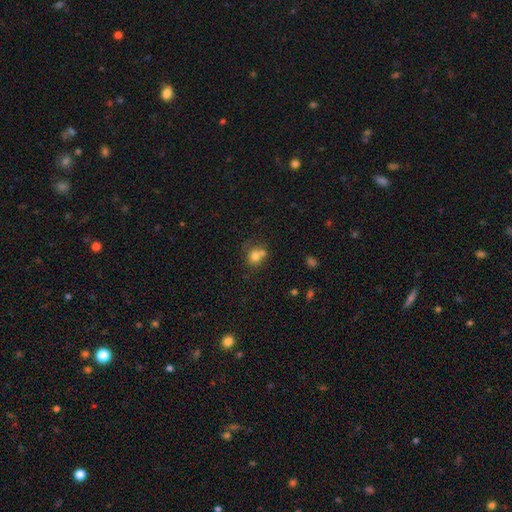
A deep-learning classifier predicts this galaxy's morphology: Smooth or featured? smooth (76%)
How rounded? round (74%)
Merging? none (41%)